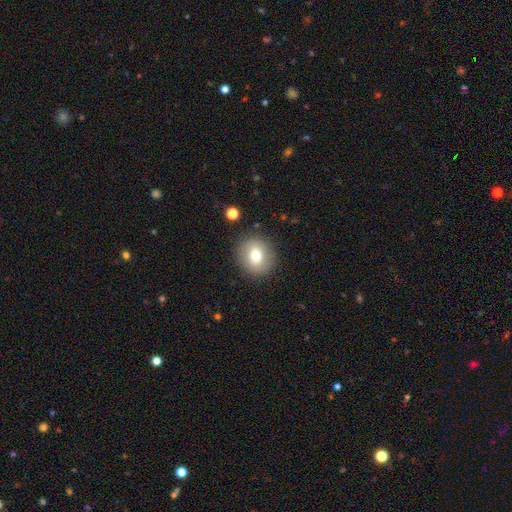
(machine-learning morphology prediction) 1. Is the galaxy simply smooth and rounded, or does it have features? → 71% smooth, 19% featured or disk, 10% star or artifact.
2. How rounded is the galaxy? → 87% round, 12% in between, 1% cigar-shaped.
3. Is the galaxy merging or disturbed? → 86% none, 9% minor disturbance, 3% major disturbance, 1% merger.